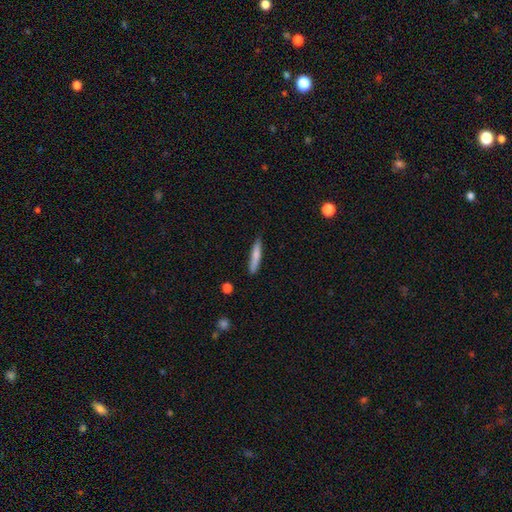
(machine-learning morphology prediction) Smooth or featured: smooth — 75% (featured or disk — 19%)
How rounded: cigar-shaped — 91% (in between — 7%)
Merging: none — 81% (minor disturbance — 15%)